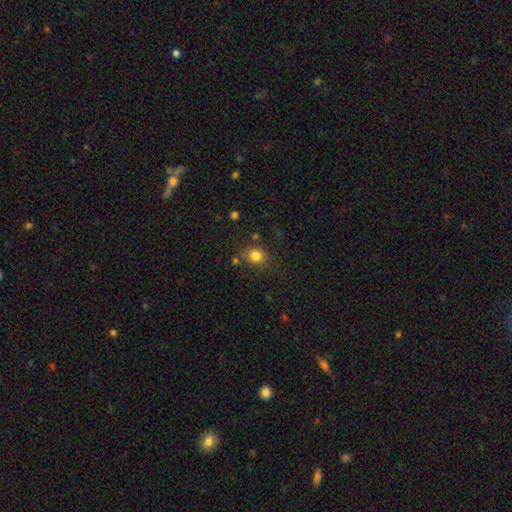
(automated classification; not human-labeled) smooth-or-featured: smooth: 82% | star or artifact: 13% | featured or disk: 6%
  how-rounded: round: 76% | in between: 23% | cigar-shaped: 1%
  merging: none: 74% | minor disturbance: 14% | merger: 7% | major disturbance: 5%